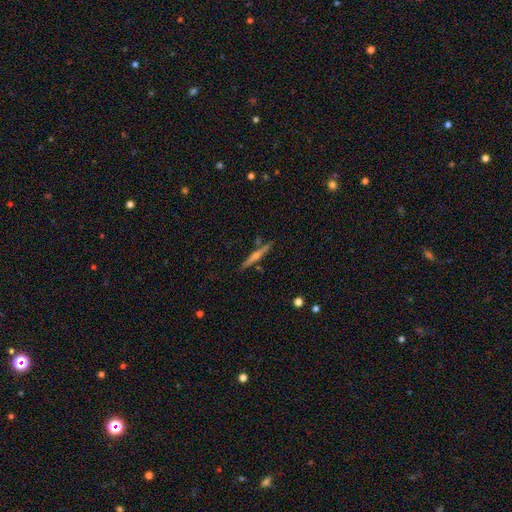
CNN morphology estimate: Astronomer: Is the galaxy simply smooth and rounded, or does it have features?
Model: featured or disk — 66%.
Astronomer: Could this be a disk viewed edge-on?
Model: yes — 98%.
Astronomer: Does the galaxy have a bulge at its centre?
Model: rounded — 67%.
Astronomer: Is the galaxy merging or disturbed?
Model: none — 88%.